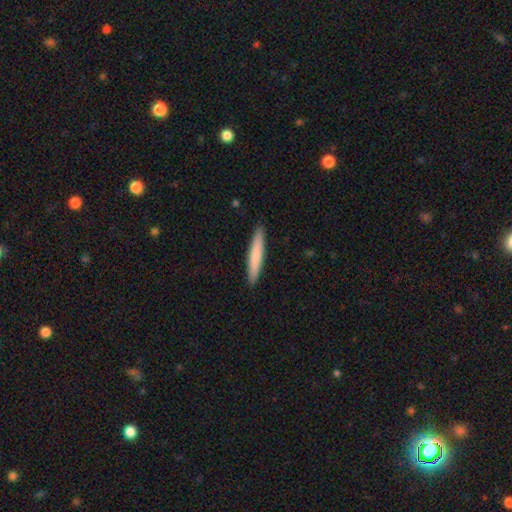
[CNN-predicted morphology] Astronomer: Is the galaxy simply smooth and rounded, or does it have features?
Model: smooth — 75%.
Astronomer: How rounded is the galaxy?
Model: cigar-shaped — 94%.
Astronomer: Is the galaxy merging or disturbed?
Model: none — 91%.